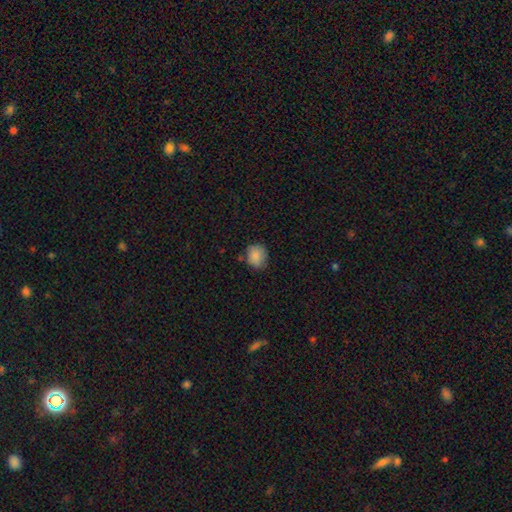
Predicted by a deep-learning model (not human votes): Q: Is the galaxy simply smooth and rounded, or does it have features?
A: smooth — 86%.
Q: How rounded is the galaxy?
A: round — 74%.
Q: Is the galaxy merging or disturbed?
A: none — 74%.